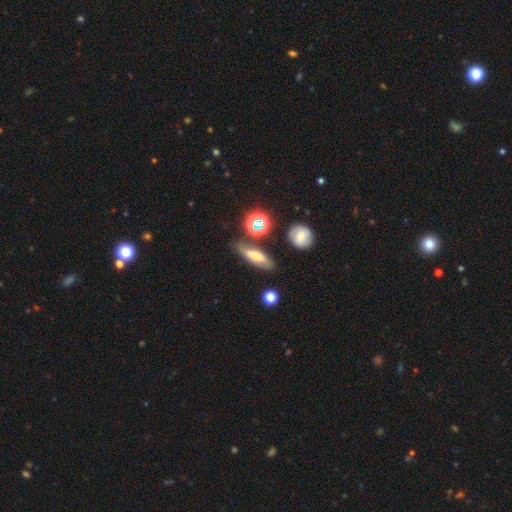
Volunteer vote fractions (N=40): smooth-or-featured: smooth: 75% | featured or disk: 20% | star or artifact: 5%
  how-rounded: in between: 53% | cigar-shaped: 33% | round: 13%
  merging: none: 71% | minor disturbance: 21% | merger: 5% | major disturbance: 3%